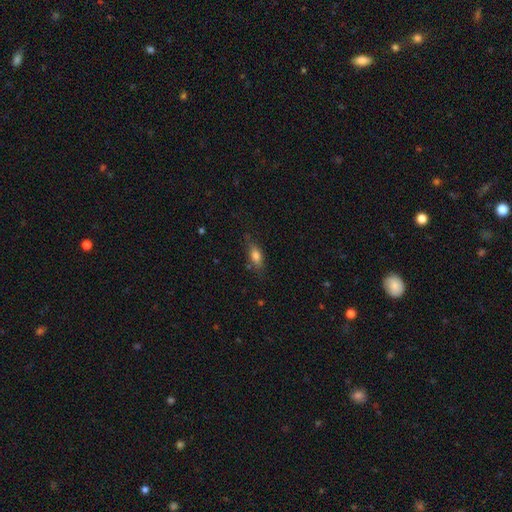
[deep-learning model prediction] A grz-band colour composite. It shows a smooth galaxy with no disk features (76%) that is in between round and cigar-shaped (77%). Merging: none (72%).